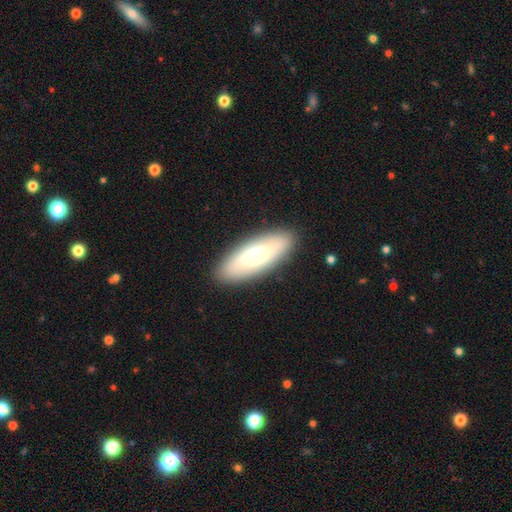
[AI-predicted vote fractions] The model was most divided on "smooth or featured": smooth: 61%, featured or disk: 33%, star or artifact: 6%. More confident: merging — none (89%); how rounded — in between (72%).